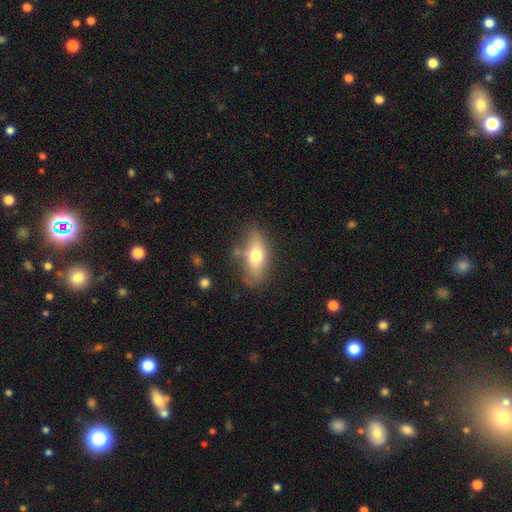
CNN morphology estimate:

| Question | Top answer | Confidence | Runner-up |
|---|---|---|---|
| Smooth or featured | smooth | 62% | featured or disk (30%) |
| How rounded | in between | 72% | cigar-shaped (22%) |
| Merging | none | 72% | minor disturbance (18%) |